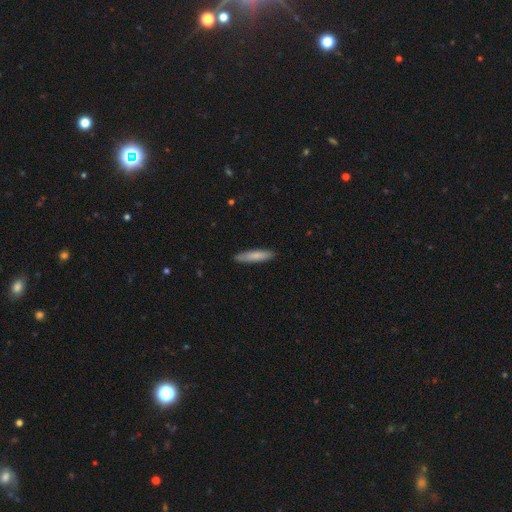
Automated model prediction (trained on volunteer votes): The model was most divided on "smooth or featured": smooth: 79%, featured or disk: 16%, star or artifact: 5%. More confident: merging — none (88%); how rounded — cigar-shaped (84%).